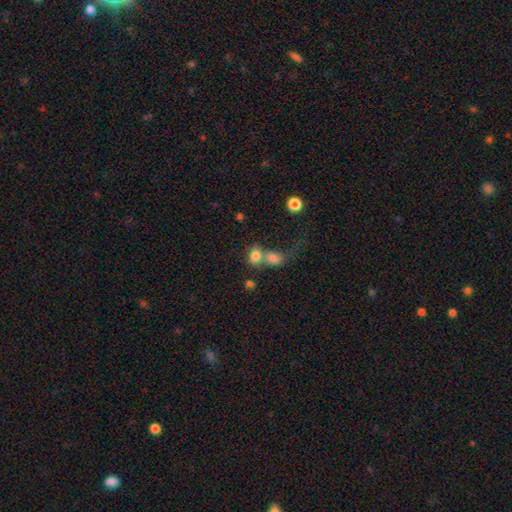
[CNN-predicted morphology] Smooth or featured?
  - smooth: 79% *
  - star or artifact: 11%
  - featured or disk: 10%
How rounded?
  - in between: 66% *
  - round: 32%
  - cigar-shaped: 2%
Merging?
  - merger: 55% *
  - none: 30%
  - minor disturbance: 8%
  - major disturbance: 6%